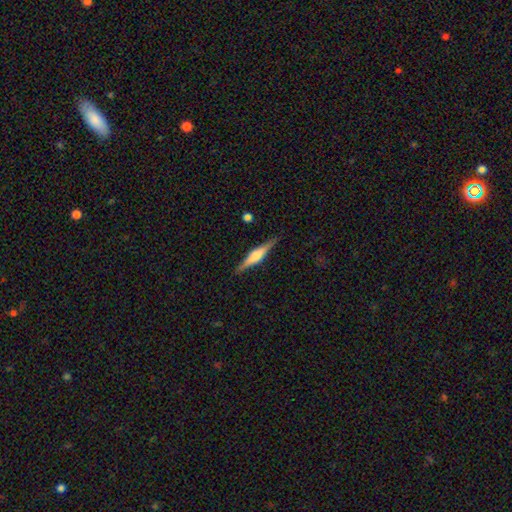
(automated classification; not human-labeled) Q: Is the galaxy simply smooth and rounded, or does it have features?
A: featured or disk — 69%.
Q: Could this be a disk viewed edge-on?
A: yes — 98%.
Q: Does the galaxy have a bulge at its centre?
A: rounded — 67%.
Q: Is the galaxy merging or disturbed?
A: none — 89%.